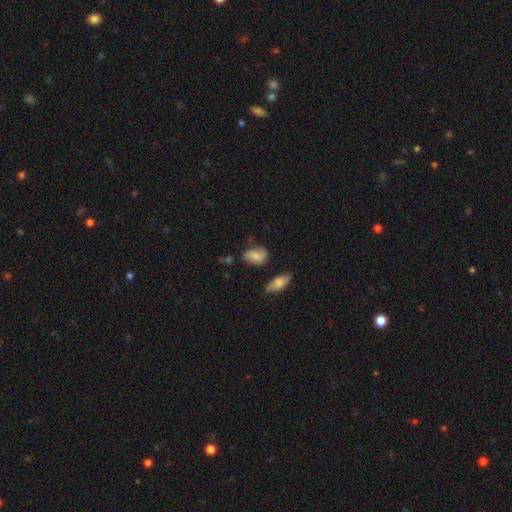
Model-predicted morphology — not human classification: type=smooth (63%); roundness=in between (78%); merging=none (54%).